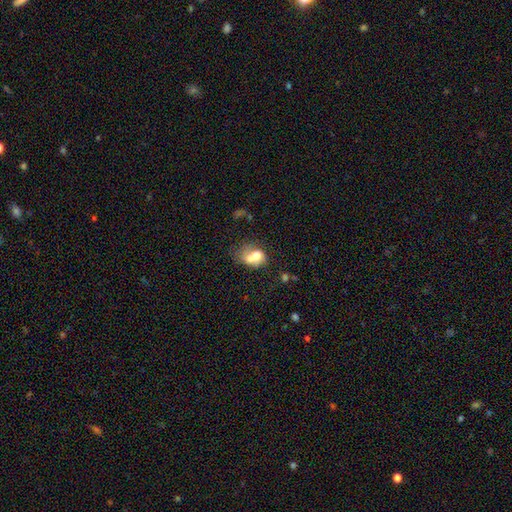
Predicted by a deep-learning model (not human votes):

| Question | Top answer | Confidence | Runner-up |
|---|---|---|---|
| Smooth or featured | smooth | 65% | featured or disk (26%) |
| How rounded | in between | 55% | round (44%) |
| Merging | merger | 55% | none (22%) |